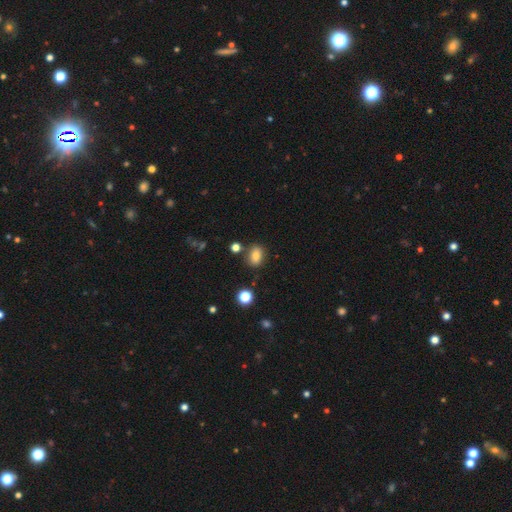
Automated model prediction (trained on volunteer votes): smooth 81%, star or artifact 12%, featured or disk 7%. Down the decision tree: how rounded — in between (73%); merging — none (79%).